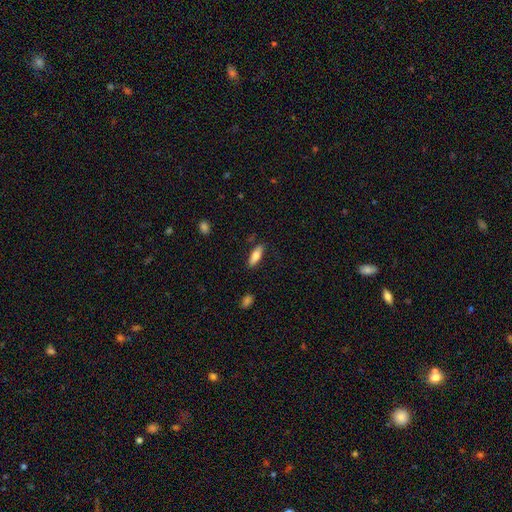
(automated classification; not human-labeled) A smooth galaxy with no disk features (73%) that is in between round and cigar-shaped (58%). Merging: none (86%).